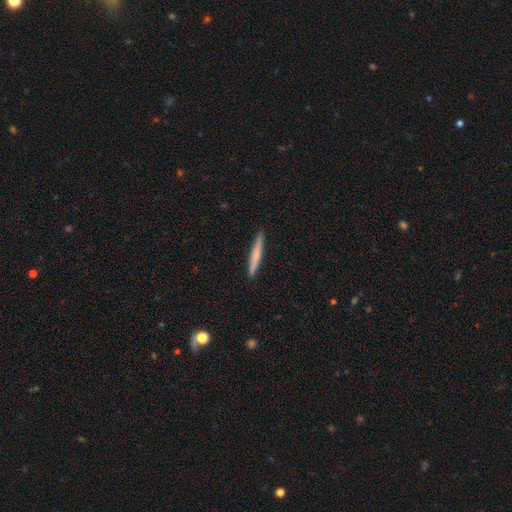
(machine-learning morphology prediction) smooth 67%, featured or disk 27%, star or artifact 6%. Down the decision tree: how rounded — cigar-shaped (96%); merging — none (92%).